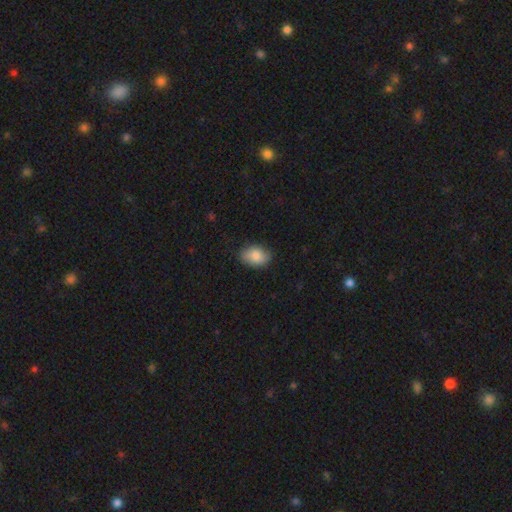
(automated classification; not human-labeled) smooth 85%, featured or disk 8%, star or artifact 7%. Down the decision tree: how rounded — in between (85%); merging — none (84%).